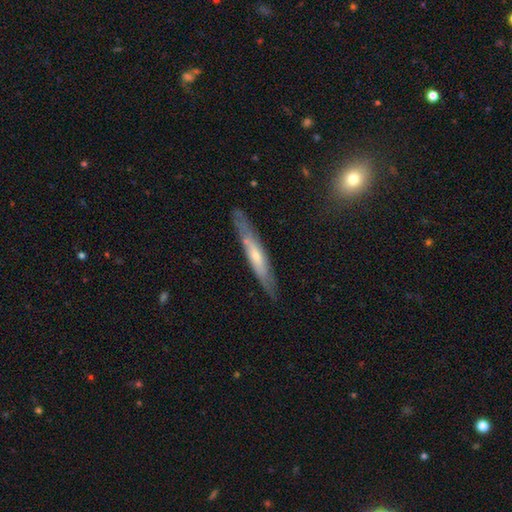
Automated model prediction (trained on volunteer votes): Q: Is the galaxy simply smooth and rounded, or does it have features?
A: featured or disk — 57%.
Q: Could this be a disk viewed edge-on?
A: yes — 79%.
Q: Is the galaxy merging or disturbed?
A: none — 80%.